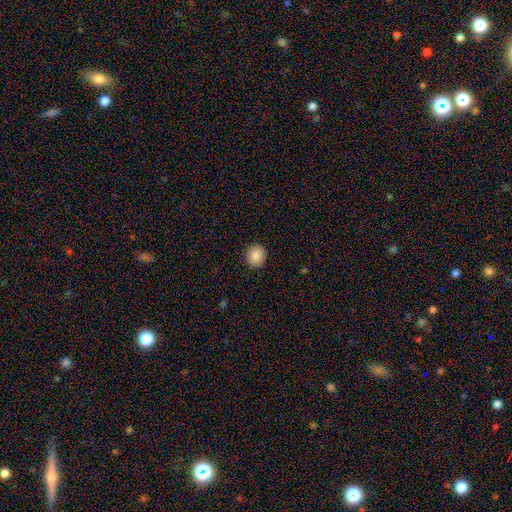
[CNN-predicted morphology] Smooth or featured? smooth (87%)
How rounded? round (85%)
Merging? none (91%)